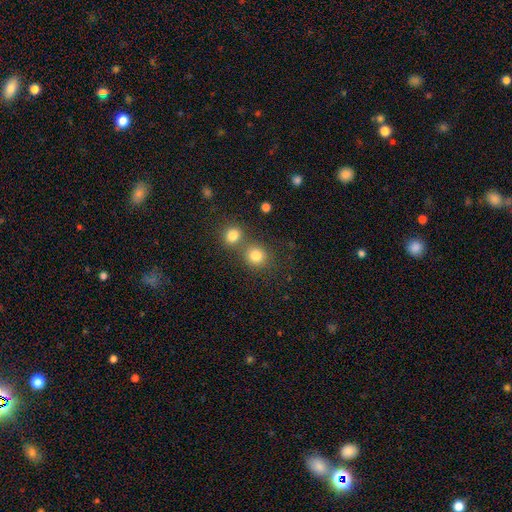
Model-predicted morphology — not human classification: This is clearly a smooth galaxy (81%). How rounded: clearly round (86%). Merging: likely none (60%).